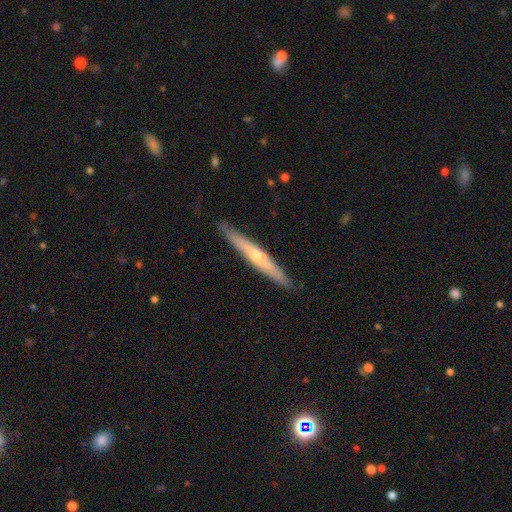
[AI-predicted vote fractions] The model was most divided on "smooth or featured": featured or disk: 56%, smooth: 38%, star or artifact: 6%. More confident: edge-on disk — yes (94%); merging — none (86%); edge-on bulge — rounded (59%).